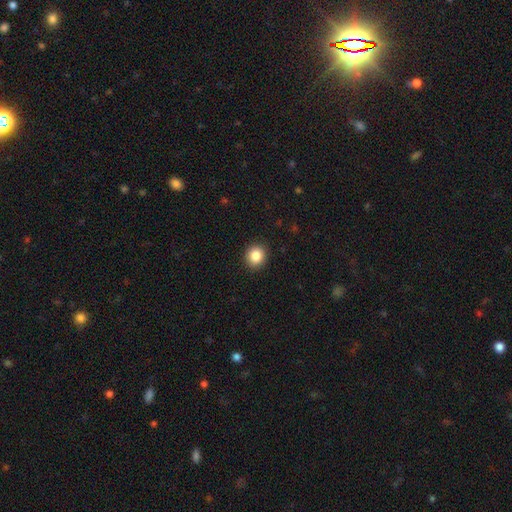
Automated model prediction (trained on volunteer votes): Q: Smooth or featured?
A: smooth (86%); runner-up: star or artifact (9%)
Q: How rounded?
A: round (83%); runner-up: in between (16%)
Q: Merging?
A: none (91%); runner-up: minor disturbance (6%)